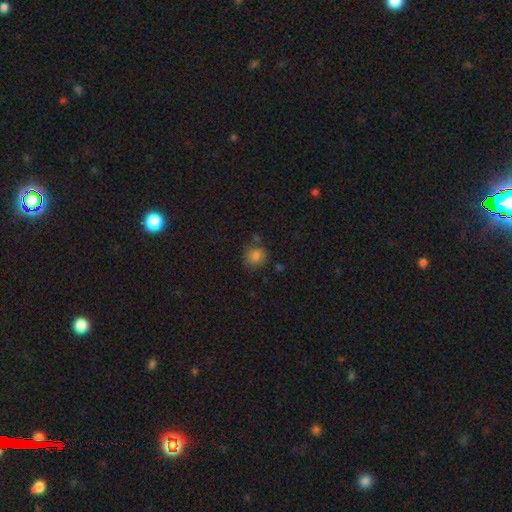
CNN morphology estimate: A smooth galaxy with no disk features (82%) that is round (82%).

Vote fractions:
- Smooth or featured? smooth: 82% / star or artifact: 11% / featured or disk: 7%
- How rounded? round: 82% / in between: 17% / cigar-shaped: 1%
- Merging? none: 69% / minor disturbance: 18% / merger: 9% / major disturbance: 5%